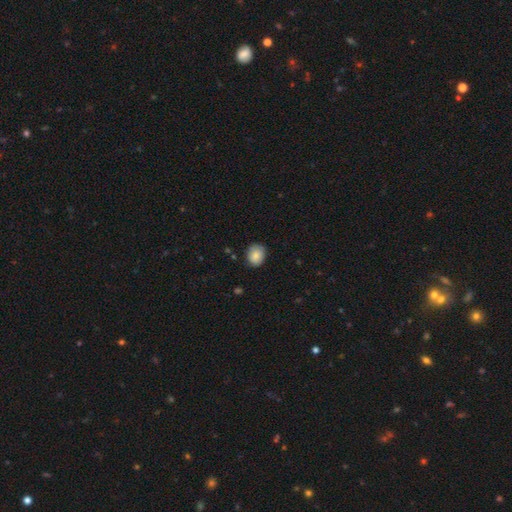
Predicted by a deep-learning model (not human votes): The model was most divided on "how rounded": round: 61%, in between: 38%, cigar-shaped: 1%. More confident: smooth or featured — smooth (79%); merging — none (78%).